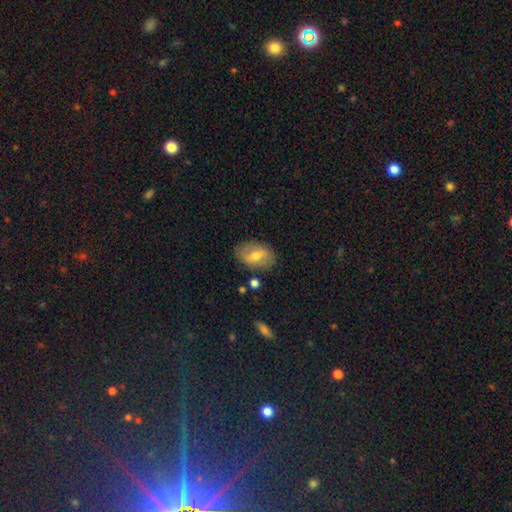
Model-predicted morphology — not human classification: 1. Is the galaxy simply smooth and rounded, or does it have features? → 50% smooth, 42% featured or disk, 8% star or artifact.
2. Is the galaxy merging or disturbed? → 81% none, 13% minor disturbance, 4% major disturbance, 2% merger.